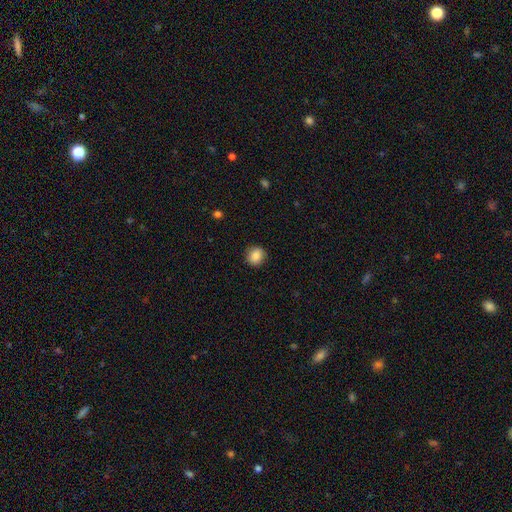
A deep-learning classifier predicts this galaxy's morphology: A smooth galaxy with no disk features (86%) that is round (85%). Merging: none (89%).